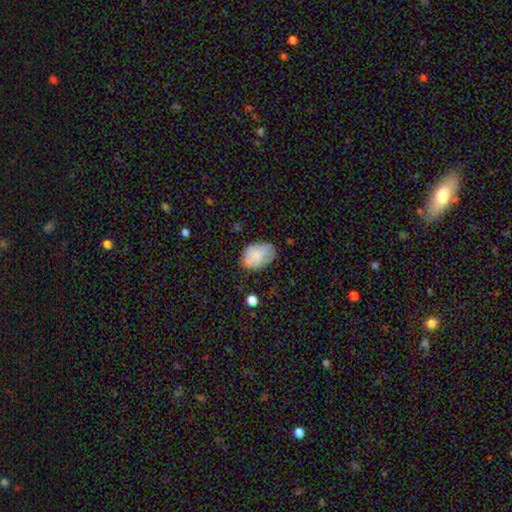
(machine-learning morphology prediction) A smooth galaxy with no disk features (77%) that is in between round and cigar-shaped (82%).

Vote fractions:
- Smooth or featured? smooth: 77% / featured or disk: 16% / star or artifact: 7%
- How rounded? in between: 82% / round: 17% / cigar-shaped: 1%
- Merging? none: 65% / minor disturbance: 27% / major disturbance: 6% / merger: 2%